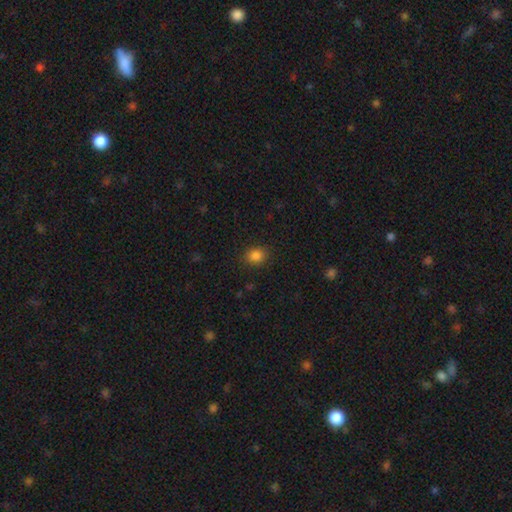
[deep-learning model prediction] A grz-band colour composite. It shows a smooth galaxy with no disk features (84%) that is round (57%). Merging: none (87%).